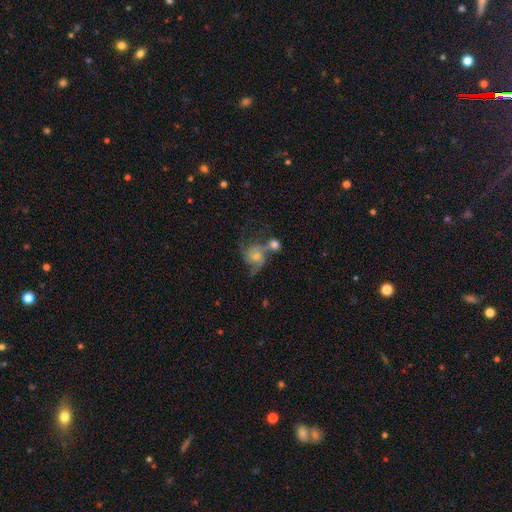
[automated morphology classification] type=featured or disk (67%); edge-on=no (98%); bar=no (68%); spiral arms=yes (88%); winding=medium (47%); arm count=2 (34%); bulge=small (46%); merging=merger (36%).